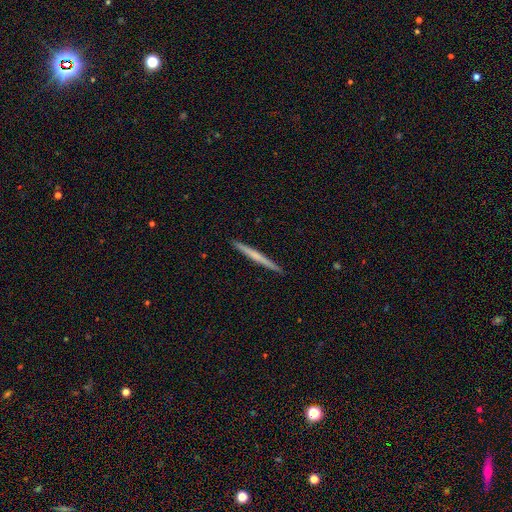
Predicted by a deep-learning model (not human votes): smooth-or-featured: featured or disk: 52% | smooth: 43% | star or artifact: 5%
  disk-edge-on: yes: 98% | no: 2%
    edge-on-bulge: none: 69% | rounded: 25% | boxy: 6%
  merging: none: 93% | minor disturbance: 5% | major disturbance: 1% | merger: 1%